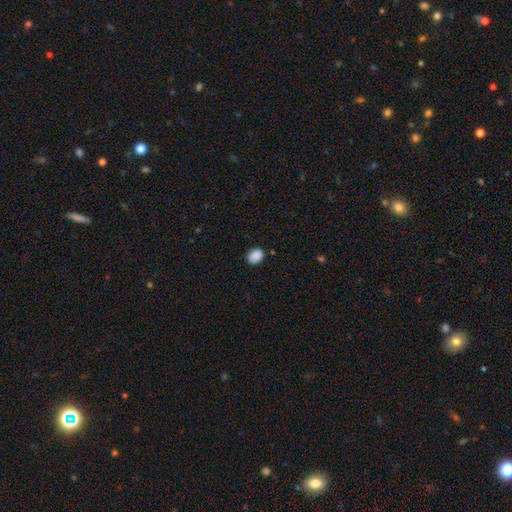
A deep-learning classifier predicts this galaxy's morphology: smooth_or_featured: smooth (p=0.89) [alt: star or artifact p=0.09]
how_rounded: in between (p=0.58) [alt: round p=0.41]
merging: none (p=0.83) [alt: minor disturbance p=0.13]